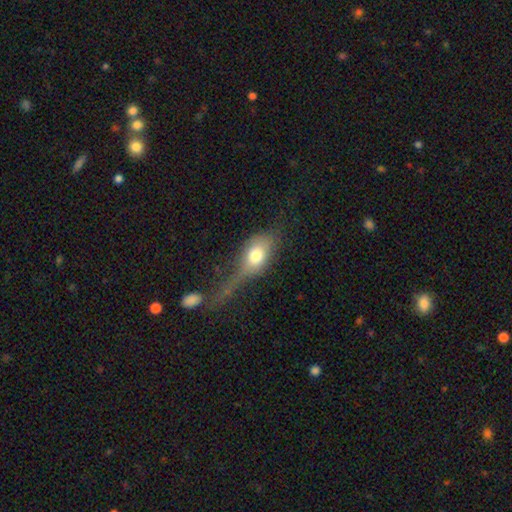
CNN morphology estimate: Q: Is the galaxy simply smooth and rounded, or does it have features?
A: smooth — 69%.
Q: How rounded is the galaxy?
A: in between — 75%.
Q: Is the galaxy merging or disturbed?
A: major disturbance — 45%.